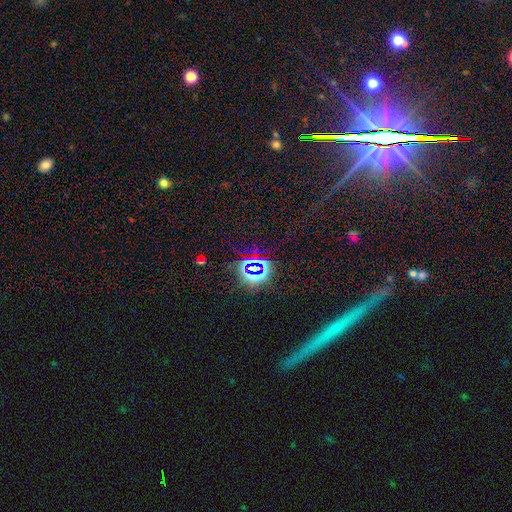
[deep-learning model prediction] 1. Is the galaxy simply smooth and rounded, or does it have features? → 80% star or artifact, 12% smooth, 8% featured or disk.